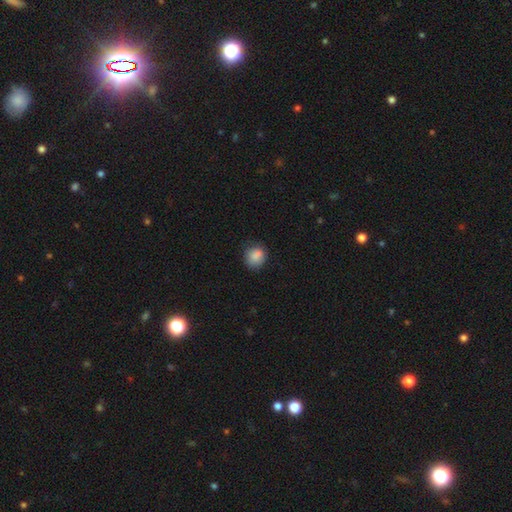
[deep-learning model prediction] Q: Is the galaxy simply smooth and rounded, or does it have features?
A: smooth — 87%.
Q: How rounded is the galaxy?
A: round — 74%.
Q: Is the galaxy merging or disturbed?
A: none — 76%.